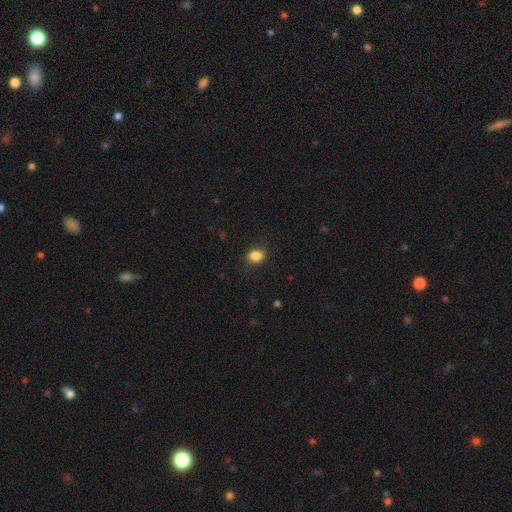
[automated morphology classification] A smooth galaxy with no disk features (86%) that is in between round and cigar-shaped (62%).

Vote fractions:
- Smooth or featured? smooth: 86% / star or artifact: 10% / featured or disk: 4%
- How rounded? in between: 62% / round: 37% / cigar-shaped: 1%
- Merging? none: 86% / minor disturbance: 11% / major disturbance: 3% / merger: 1%